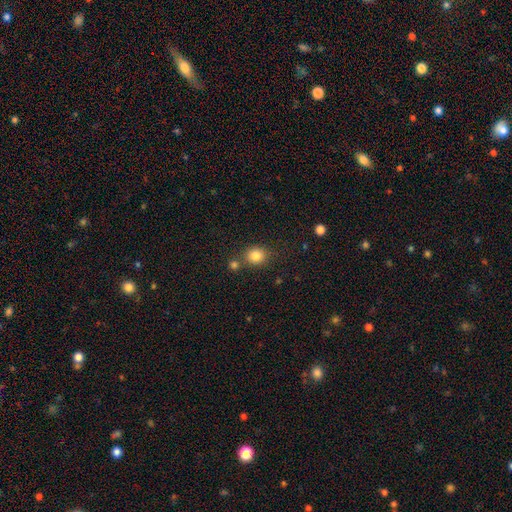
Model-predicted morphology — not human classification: The model was most divided on "merging": none: 69%, merger: 17%, minor disturbance: 11%, major disturbance: 3%. More confident: smooth or featured — smooth (83%); how rounded — round (79%).